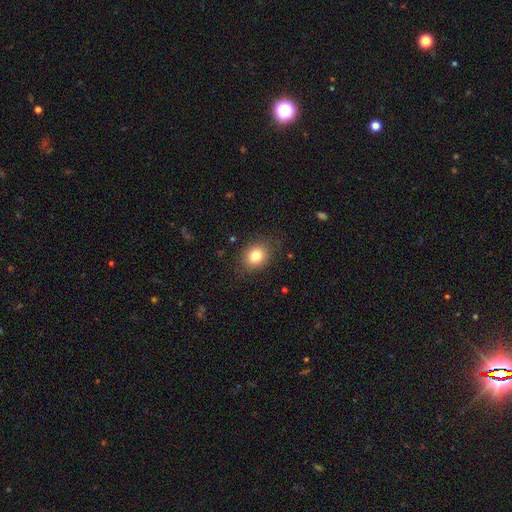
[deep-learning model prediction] smooth-or-featured: smooth: 80% | star or artifact: 11% | featured or disk: 9%
  how-rounded: round: 55% | in between: 44% | cigar-shaped: 1%
  merging: none: 84% | minor disturbance: 12% | major disturbance: 3% | merger: 1%